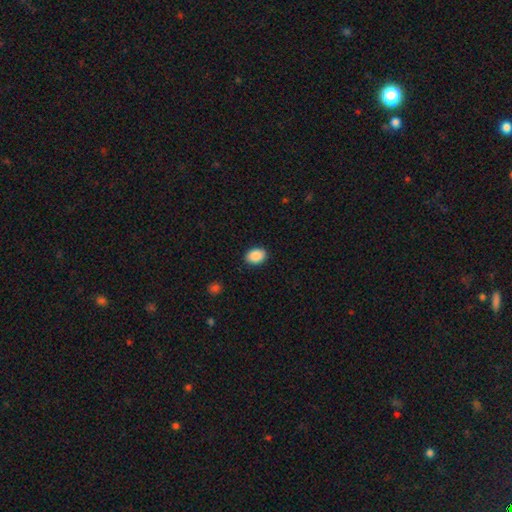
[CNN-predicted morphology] A smooth galaxy with no disk features (89%) that is in between round and cigar-shaped (72%). Merging: none (89%).